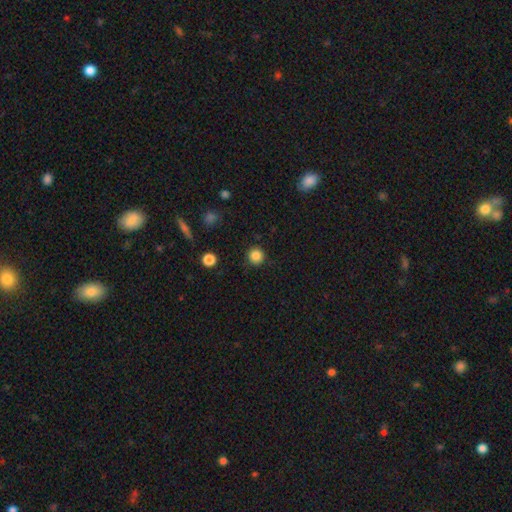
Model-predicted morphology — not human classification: Overall: smooth (85%). How rounded: round (95%). Merging: none (90%).